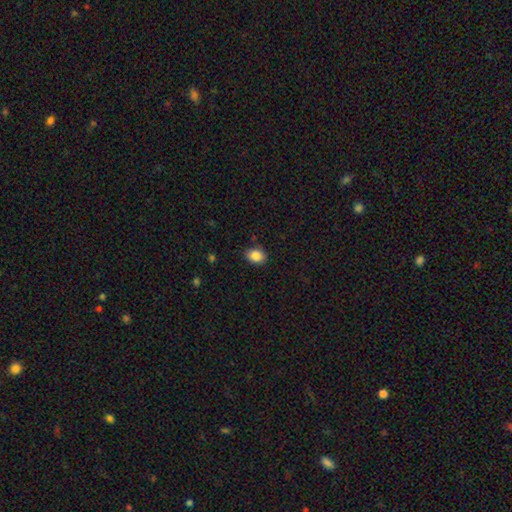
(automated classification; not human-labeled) The model was most divided on "how rounded": in between: 68%, round: 31%, cigar-shaped: 1%. More confident: smooth or featured — smooth (87%); merging — none (85%).